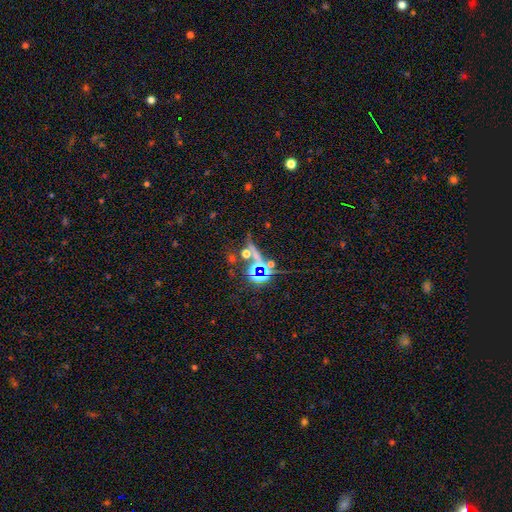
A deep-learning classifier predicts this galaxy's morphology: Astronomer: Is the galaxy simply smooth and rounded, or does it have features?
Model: star or artifact — 59%.